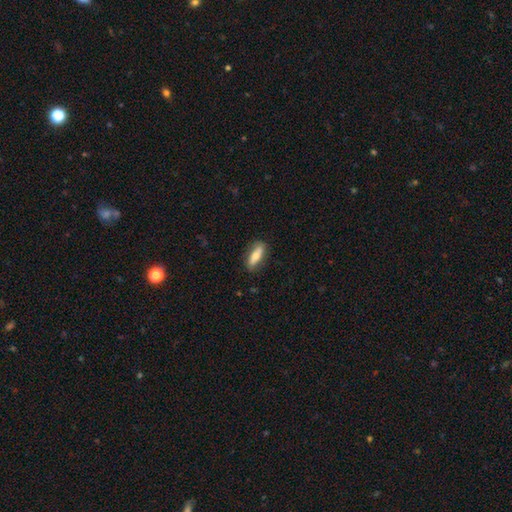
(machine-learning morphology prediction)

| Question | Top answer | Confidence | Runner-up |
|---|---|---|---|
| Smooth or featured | smooth | 66% | featured or disk (28%) |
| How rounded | in between | 58% | cigar-shaped (40%) |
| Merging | none | 83% | minor disturbance (13%) |